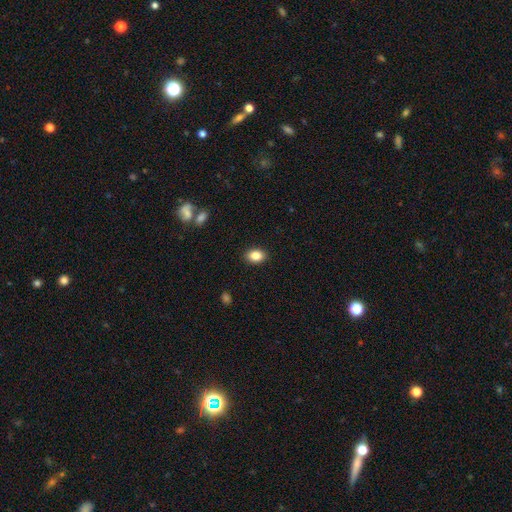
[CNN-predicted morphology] The model was most divided on "how rounded": in between: 78%, round: 21%, cigar-shaped: 1%. More confident: merging — none (89%); smooth or featured — smooth (86%).